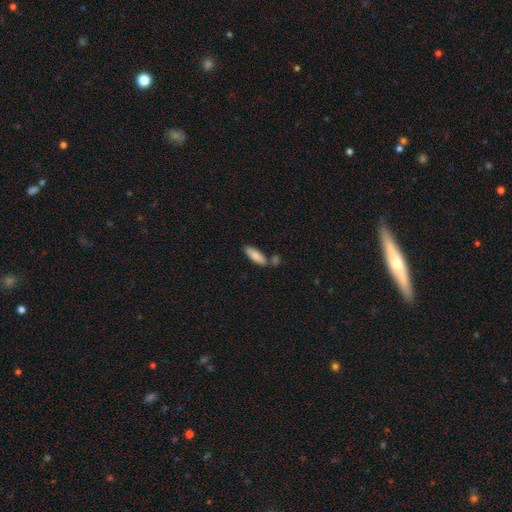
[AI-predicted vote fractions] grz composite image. It shows a smooth galaxy with no disk features (84%) that is in between round and cigar-shaped (59%). Merging: none (67%).